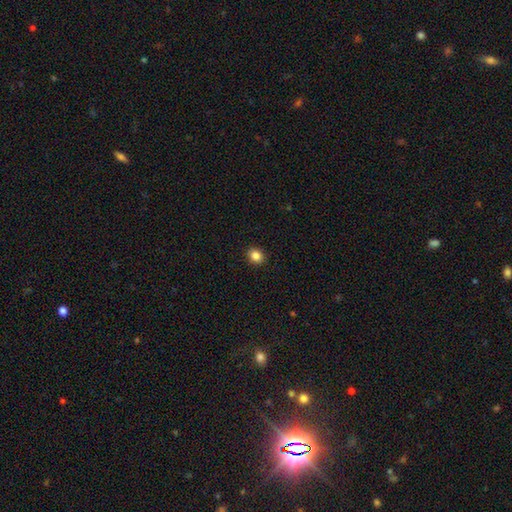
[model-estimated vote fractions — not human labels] Q: Smooth or featured?
A: smooth (85%); runner-up: star or artifact (11%)
Q: How rounded?
A: round (66%); runner-up: in between (33%)
Q: Merging?
A: none (92%); runner-up: minor disturbance (5%)